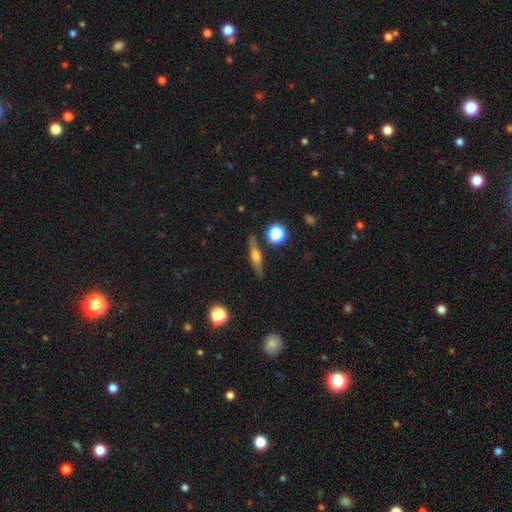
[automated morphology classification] A featured or disk galaxy (54%) viewed edge-on (92%).

Vote fractions:
- Smooth or featured? featured or disk: 54% / smooth: 36% / star or artifact: 9%
- Edge-on disk? yes: 92% / no: 8%
- Merging? none: 86% / minor disturbance: 9% / merger: 2% / major disturbance: 2%